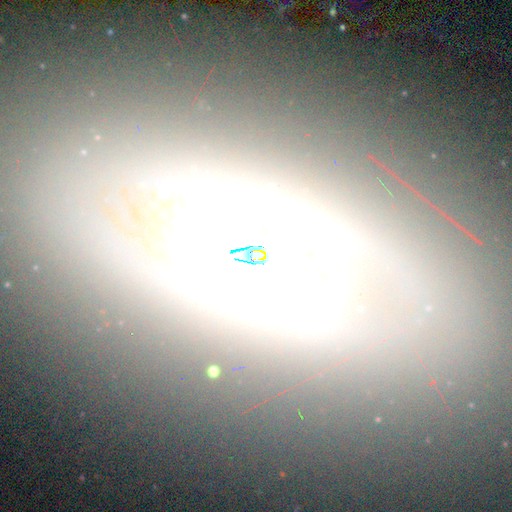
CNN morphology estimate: Q: Smooth or featured?
A: star or artifact (41%); runner-up: featured or disk (36%)